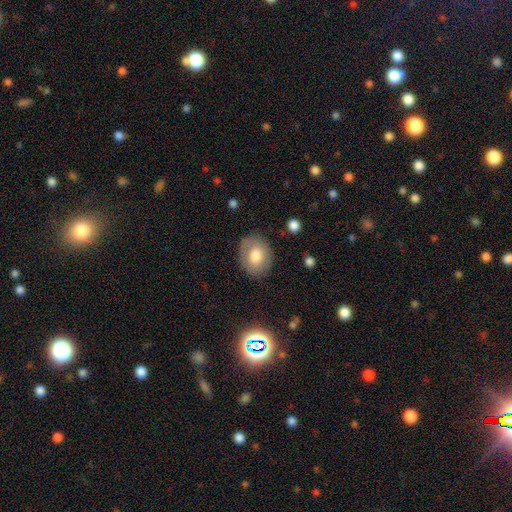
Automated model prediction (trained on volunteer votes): Morphology: type=smooth (70%); roundness=in between (53%); merging=none (83%).